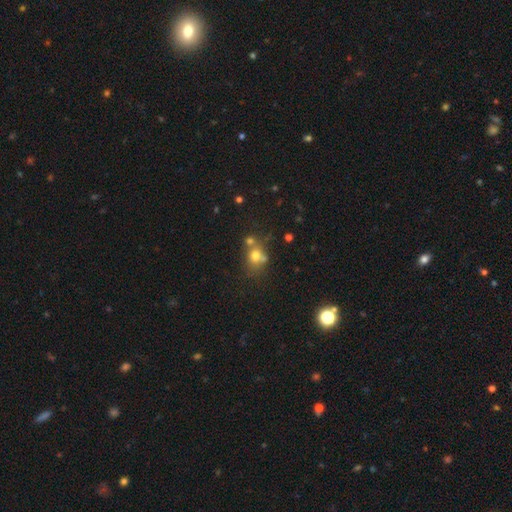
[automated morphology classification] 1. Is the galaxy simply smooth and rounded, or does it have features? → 69% smooth, 16% featured or disk, 16% star or artifact.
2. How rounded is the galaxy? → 64% round, 34% in between, 1% cigar-shaped.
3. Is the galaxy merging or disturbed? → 44% none, 34% merger, 14% minor disturbance, 7% major disturbance.